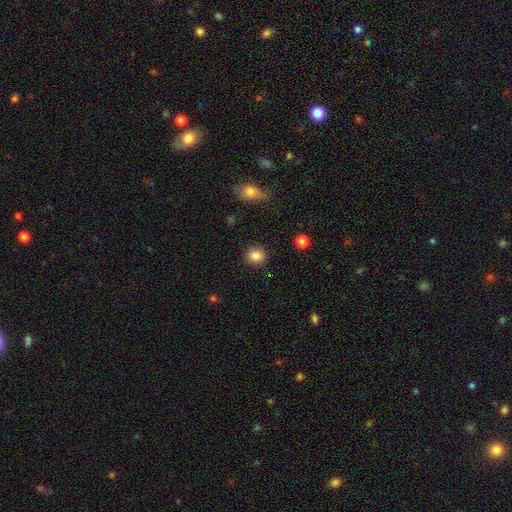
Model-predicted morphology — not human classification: A smooth galaxy with no disk features (86%) that is round (77%).

Vote fractions:
- Smooth or featured? smooth: 86% / star or artifact: 10% / featured or disk: 4%
- How rounded? round: 77% / in between: 22% / cigar-shaped: 1%
- Merging? none: 88% / minor disturbance: 8% / major disturbance: 2% / merger: 1%